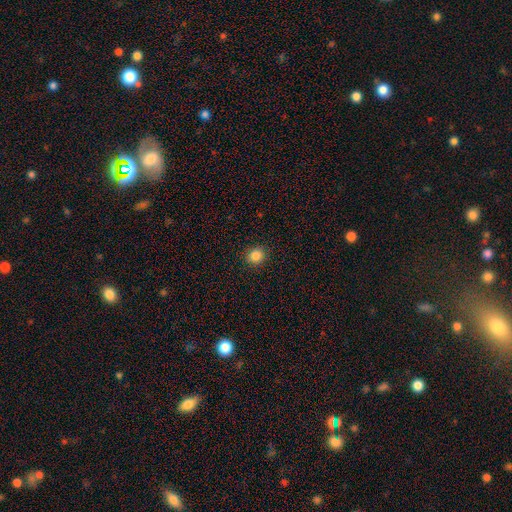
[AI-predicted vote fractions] smooth-or-featured: smooth: 85% | star or artifact: 11% | featured or disk: 4%
  how-rounded: round: 86% | in between: 13% | cigar-shaped: 1%
  merging: none: 92% | minor disturbance: 6% | major disturbance: 2% | merger: 1%